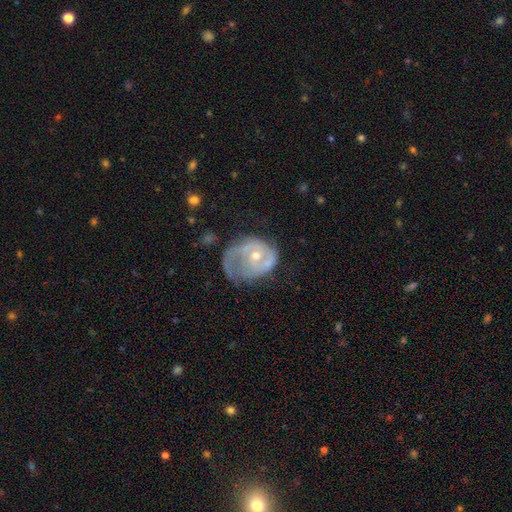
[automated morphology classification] Smooth or featured: featured or disk — 72% (smooth — 21%)
Edge-on disk: no — 97% (yes — 3%)
Bar: no — 76% (weak — 20%)
Spiral arms: yes — 72% (no — 28%)
Spiral winding: tight — 40% (medium — 36%)
Spiral arm count: 2 — 34% (1 — 32%)
Bulge size: small — 50% (moderate — 46%)
Merging: major disturbance — 41% (minor disturbance — 28%)